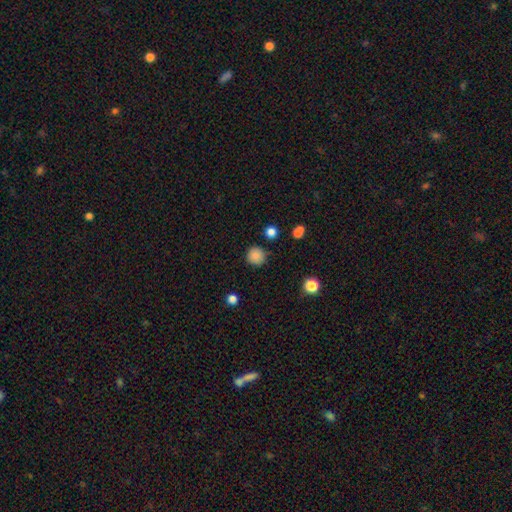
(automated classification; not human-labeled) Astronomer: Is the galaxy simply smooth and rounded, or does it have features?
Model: smooth — 85%.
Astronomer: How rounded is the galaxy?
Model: round — 94%.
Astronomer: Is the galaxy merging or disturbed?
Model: none — 85%.